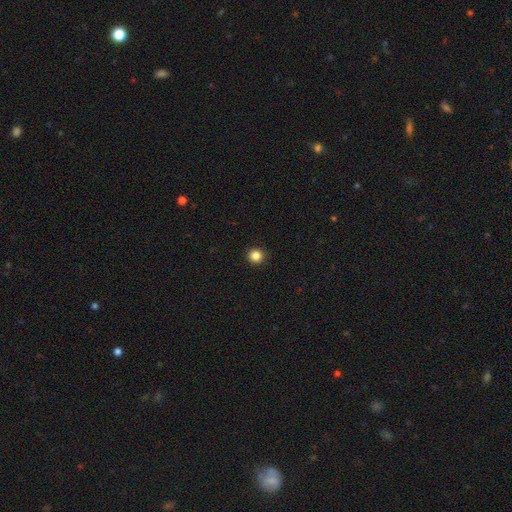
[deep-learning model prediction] A smooth galaxy with no disk features (86%) that is round (93%).

Vote fractions:
- Smooth or featured? smooth: 86% / star or artifact: 11% / featured or disk: 3%
- How rounded? round: 93% / in between: 6% / cigar-shaped: 1%
- Merging? none: 93% / minor disturbance: 5% / major disturbance: 2% / merger: 1%